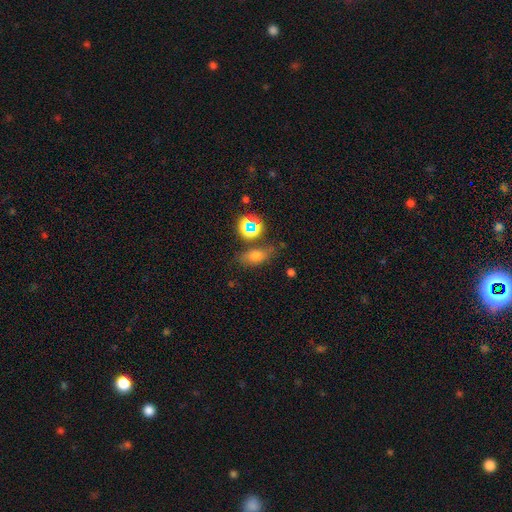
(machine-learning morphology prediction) This is likely a smooth galaxy (63%). How rounded: likely in between (71%). Merging: likely none (68%).